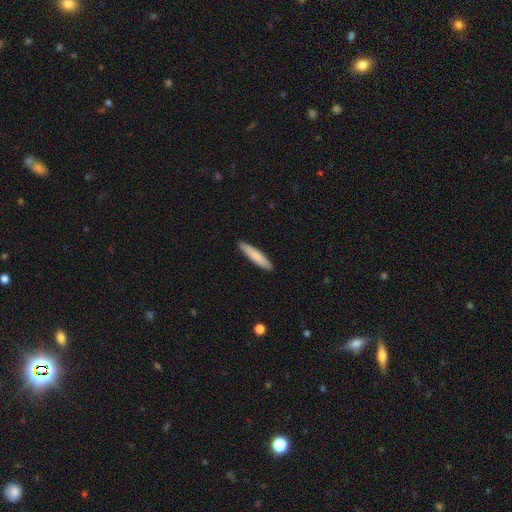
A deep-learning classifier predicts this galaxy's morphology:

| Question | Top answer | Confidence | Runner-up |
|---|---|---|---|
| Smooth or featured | smooth | 80% | featured or disk (14%) |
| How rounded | cigar-shaped | 87% | in between (12%) |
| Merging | none | 90% | minor disturbance (7%) |